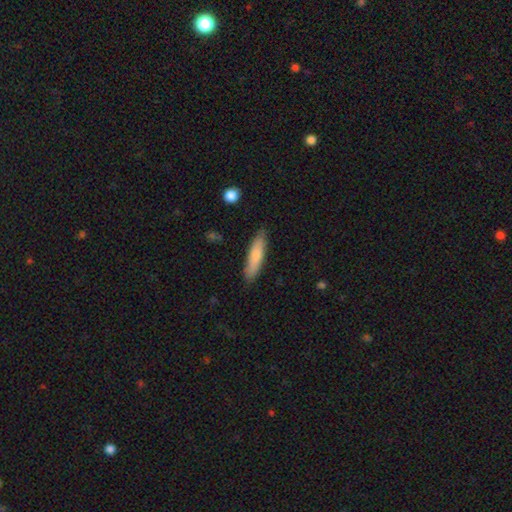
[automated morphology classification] A smooth galaxy with no disk features (77%) that is cigar-shaped (76%).

Vote fractions:
- Smooth or featured? smooth: 77% / featured or disk: 18% / star or artifact: 6%
- How rounded? cigar-shaped: 76% / in between: 23% / round: 1%
- Merging? none: 85% / minor disturbance: 11% / major disturbance: 2% / merger: 1%